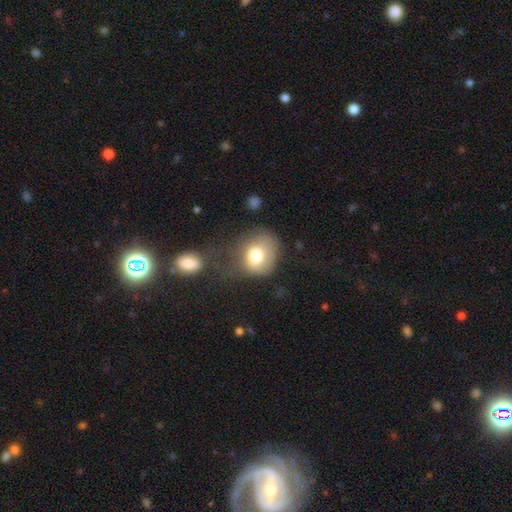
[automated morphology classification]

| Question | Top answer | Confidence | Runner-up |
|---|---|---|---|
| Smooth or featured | smooth | 73% | featured or disk (17%) |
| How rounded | round | 61% | in between (38%) |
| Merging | none | 35% | major disturbance (30%) |